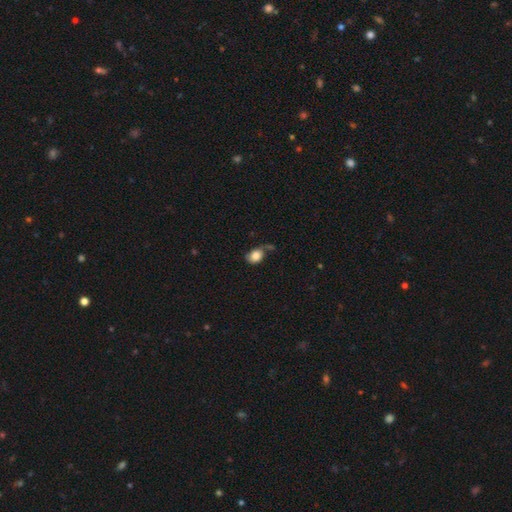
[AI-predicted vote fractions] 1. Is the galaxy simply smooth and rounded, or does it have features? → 77% smooth, 15% featured or disk, 9% star or artifact.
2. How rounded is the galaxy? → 60% in between, 39% round, 1% cigar-shaped.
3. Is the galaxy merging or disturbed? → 44% none, 28% minor disturbance, 17% major disturbance, 11% merger.